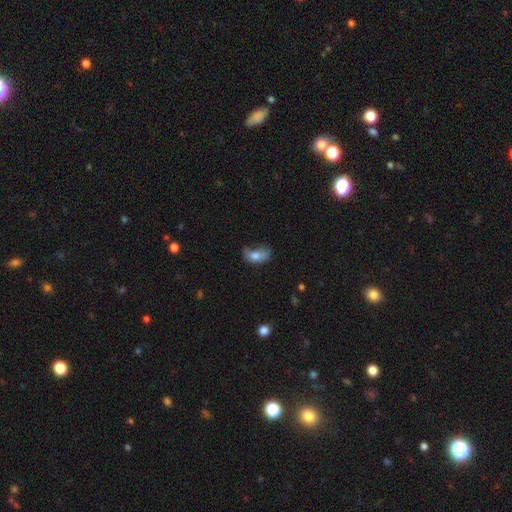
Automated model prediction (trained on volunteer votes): Overall: smooth (70%). How rounded: in between (86%). Merging: major disturbance (41%; minor disturbance 31%).